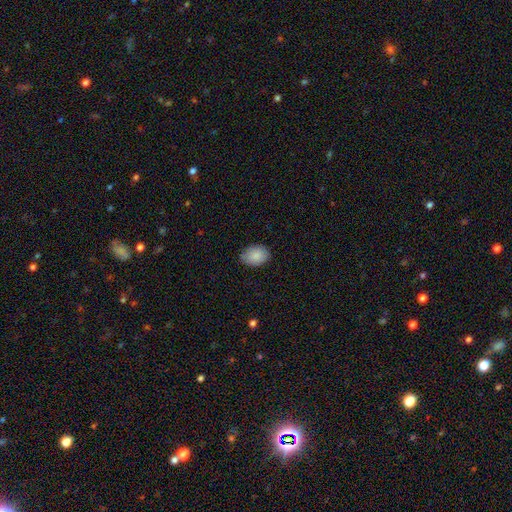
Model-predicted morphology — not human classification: The model was most divided on "how rounded": in between: 77%, round: 22%, cigar-shaped: 1%. More confident: smooth or featured — smooth (88%); merging — none (81%).